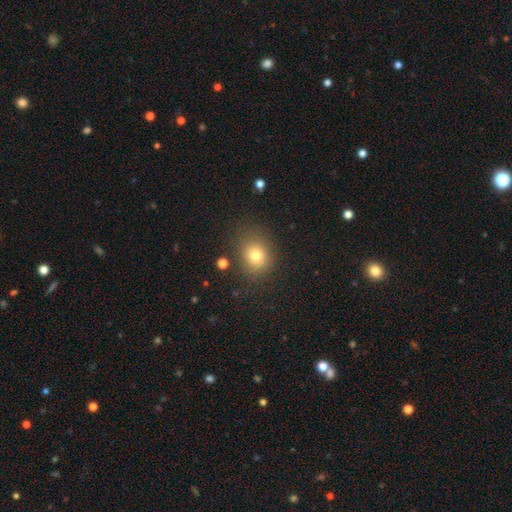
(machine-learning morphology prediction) Q: Smooth or featured?
A: smooth (76%); runner-up: star or artifact (14%)
Q: How rounded?
A: round (64%); runner-up: in between (35%)
Q: Merging?
A: none (79%); runner-up: minor disturbance (13%)